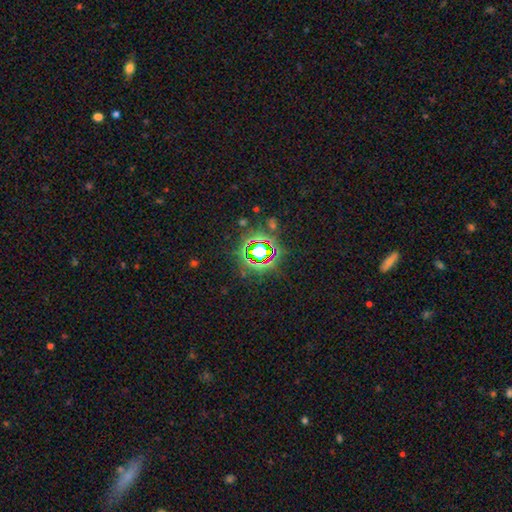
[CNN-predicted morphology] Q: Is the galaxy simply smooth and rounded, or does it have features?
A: star or artifact — 74%.